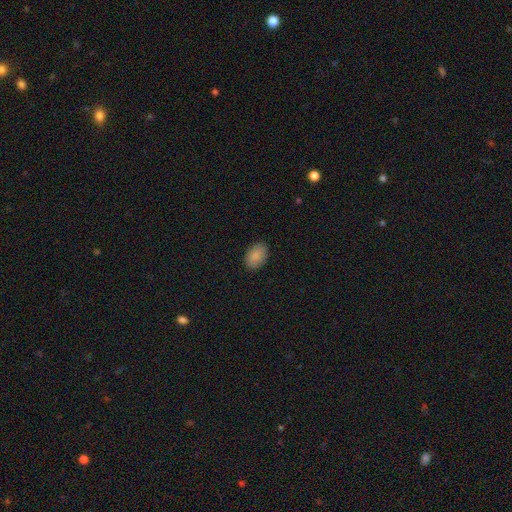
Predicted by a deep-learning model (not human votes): This is clearly a smooth galaxy (88%). How rounded: clearly in between (89%). Merging: clearly none (88%).